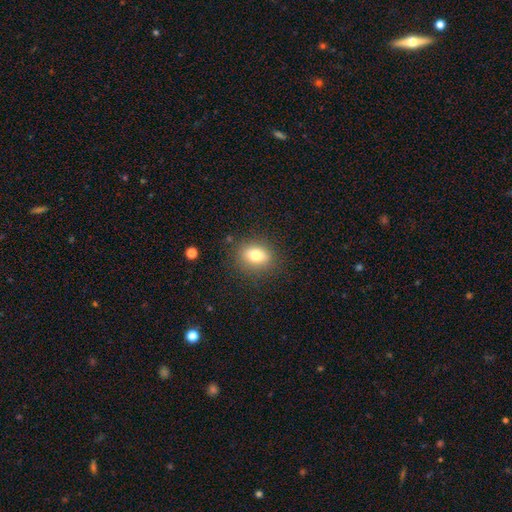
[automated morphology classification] This appears to be a smooth galaxy with no disk features (77%) that is in between round and cigar-shaped (62%). Merging: none (84%).